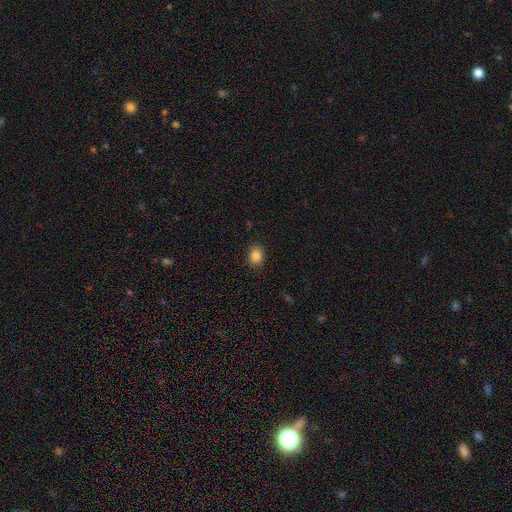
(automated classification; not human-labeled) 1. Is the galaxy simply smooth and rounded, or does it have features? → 85% smooth, 10% star or artifact, 5% featured or disk.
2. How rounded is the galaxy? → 59% in between, 40% round, 1% cigar-shaped.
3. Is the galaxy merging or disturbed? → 87% none, 10% minor disturbance, 2% major disturbance, 1% merger.